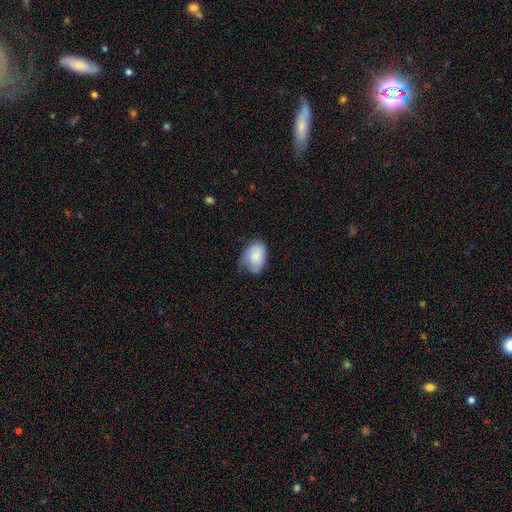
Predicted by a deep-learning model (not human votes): Smooth or featured: smooth — 81% (featured or disk — 12%)
How rounded: in between — 82% (round — 17%)
Merging: none — 49% (minor disturbance — 38%)